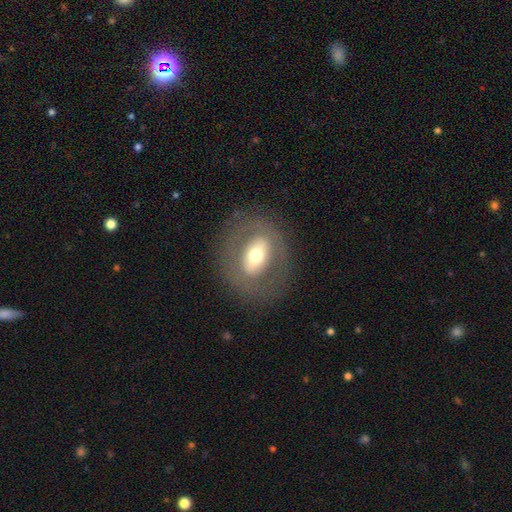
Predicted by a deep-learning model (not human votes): Overall: featured or disk (48%; smooth 44%). Merging: none (79%).